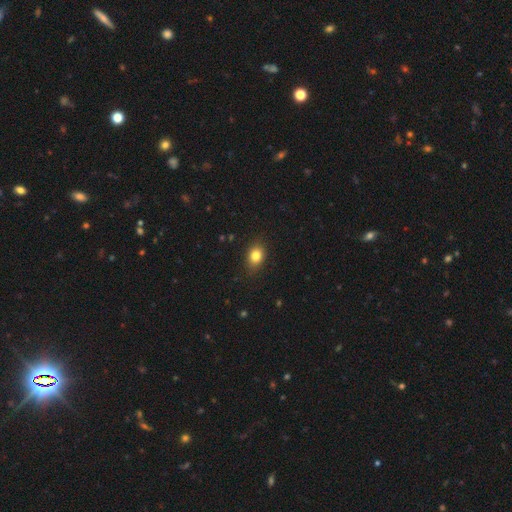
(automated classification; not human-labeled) smooth-or-featured: smooth: 83% | star or artifact: 10% | featured or disk: 7%
  how-rounded: in between: 61% | round: 37% | cigar-shaped: 1%
  merging: none: 85% | minor disturbance: 11% | major disturbance: 3% | merger: 1%